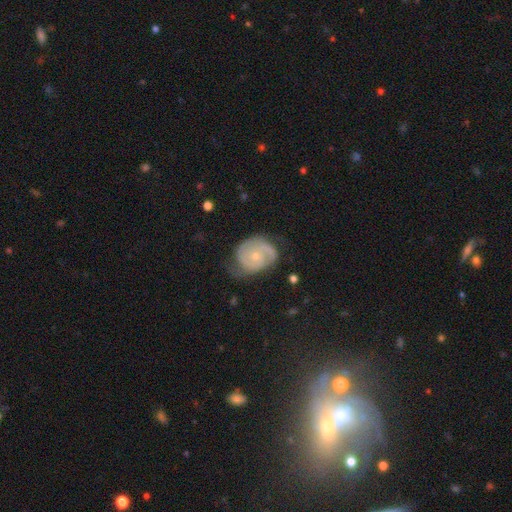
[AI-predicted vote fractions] Q: Smooth or featured?
A: featured or disk (79%); runner-up: smooth (15%)
Q: Edge-on disk?
A: no (98%); runner-up: yes (2%)
Q: Bar?
A: no (76%); runner-up: weak (21%)
Q: Spiral arms?
A: yes (93%); runner-up: no (7%)
Q: Spiral winding?
A: tight (53%); runner-up: medium (36%)
Q: Spiral arm count?
A: 2 (61%); runner-up: can't tell (16%)
Q: Bulge size?
A: small (65%); runner-up: moderate (32%)
Q: Merging?
A: none (58%); runner-up: minor disturbance (28%)